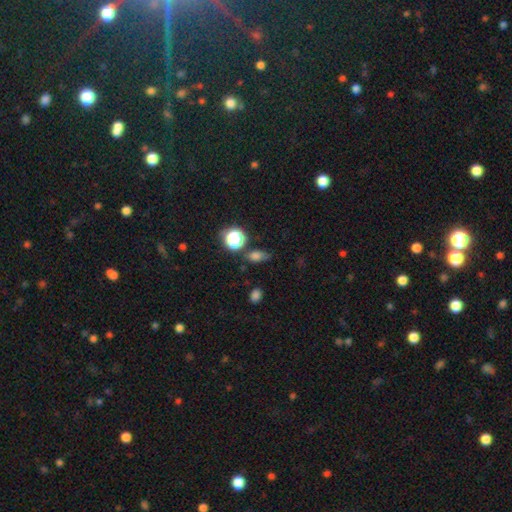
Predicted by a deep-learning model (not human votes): Smooth or featured?
  - smooth: 69% *
  - star or artifact: 22%
  - featured or disk: 9%
How rounded?
  - in between: 67% *
  - round: 28%
  - cigar-shaped: 5%
Merging?
  - none: 67% *
  - minor disturbance: 22%
  - major disturbance: 7%
  - merger: 5%